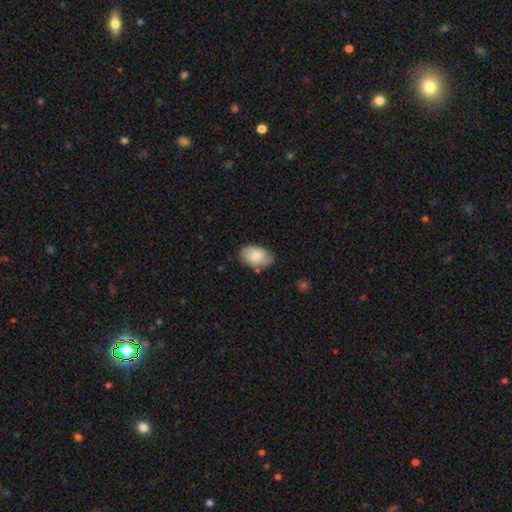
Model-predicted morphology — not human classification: smooth-or-featured: smooth: 75% | featured or disk: 18% | star or artifact: 6%
  how-rounded: in between: 90% | round: 9% | cigar-shaped: 1%
  merging: none: 70% | minor disturbance: 24% | major disturbance: 4% | merger: 2%